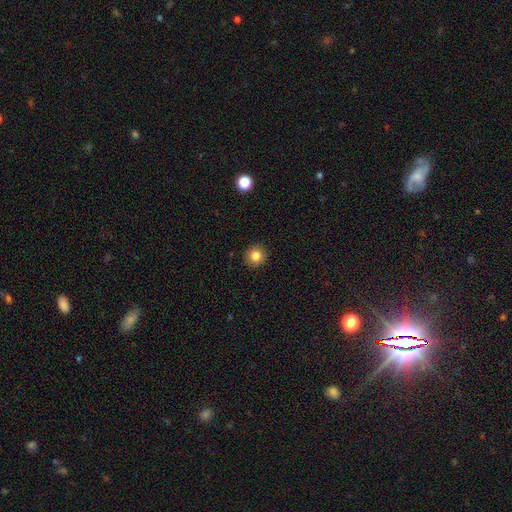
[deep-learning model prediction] Smooth or featured?
  - smooth: 84% *
  - star or artifact: 11%
  - featured or disk: 6%
How rounded?
  - round: 93% *
  - in between: 6%
  - cigar-shaped: 1%
Merging?
  - none: 92% *
  - minor disturbance: 5%
  - major disturbance: 2%
  - merger: 1%